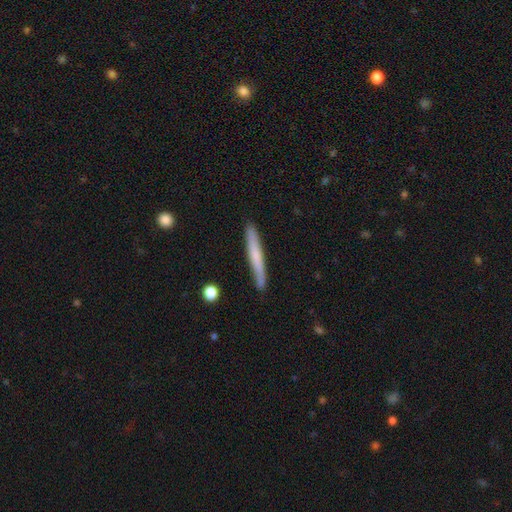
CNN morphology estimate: A smooth galaxy with no disk features (57%) that is cigar-shaped (96%). Merging: none (87%).